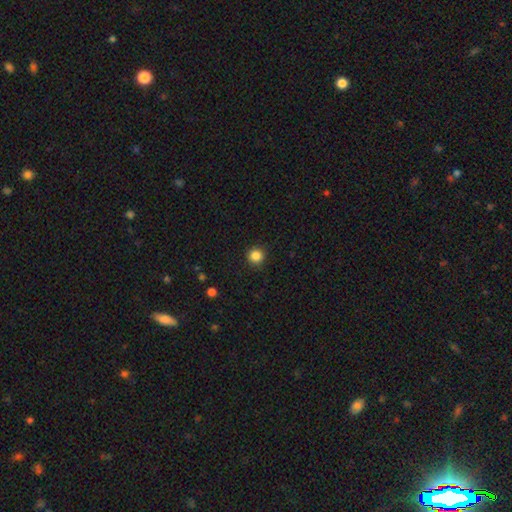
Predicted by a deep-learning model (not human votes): A smooth galaxy with no disk features (86%) that is round (94%). Merging: none (91%).